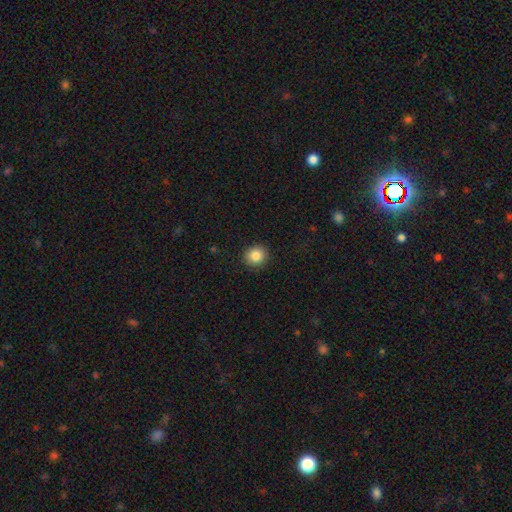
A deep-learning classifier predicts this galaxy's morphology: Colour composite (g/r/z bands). It shows a smooth galaxy with no disk features (85%) that is round (86%). Merging: none (90%).